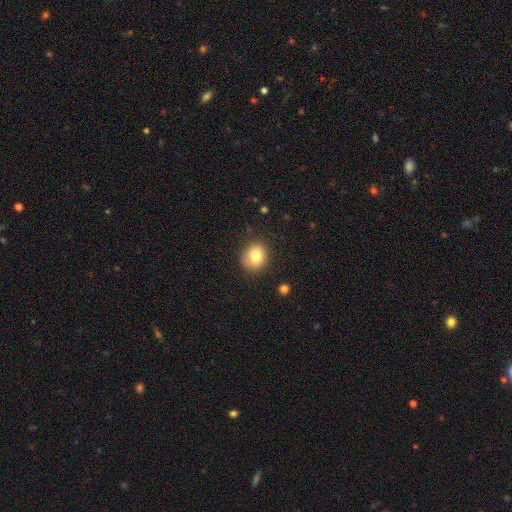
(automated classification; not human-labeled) A smooth galaxy with no disk features (80%) that is round (76%). Merging: none (77%).